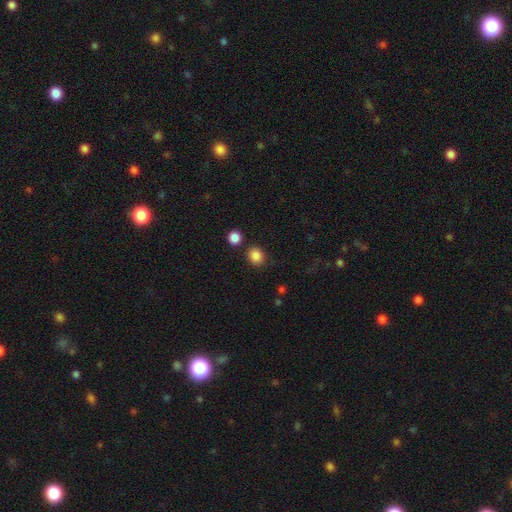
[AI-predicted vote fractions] The model was most divided on "how rounded": round: 77%, in between: 23%, cigar-shaped: 1%. More confident: smooth or featured — smooth (86%); merging — none (81%).